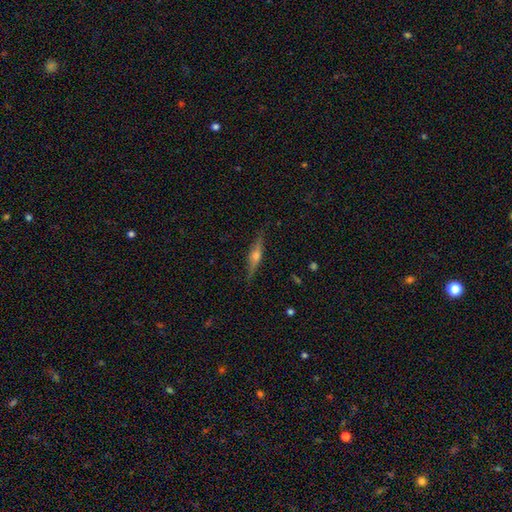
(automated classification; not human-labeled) Smooth or featured?
  - featured or disk: 75% *
  - smooth: 18%
  - star or artifact: 7%
Edge-on disk?
  - yes: 97% *
  - no: 3%
Edge-on bulge?
  - rounded: 84% *
  - boxy: 11%
  - none: 4%
Merging?
  - none: 87% *
  - minor disturbance: 10%
  - major disturbance: 2%
  - merger: 1%